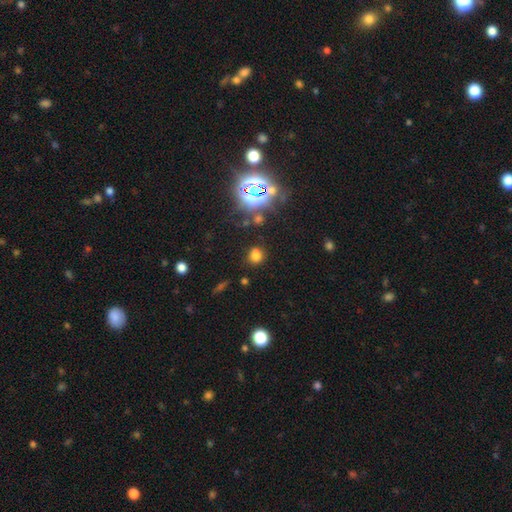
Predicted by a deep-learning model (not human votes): Q: Smooth or featured?
A: smooth (68%); runner-up: star or artifact (25%)
Q: How rounded?
A: round (77%); runner-up: in between (22%)
Q: Merging?
A: none (80%); runner-up: minor disturbance (11%)